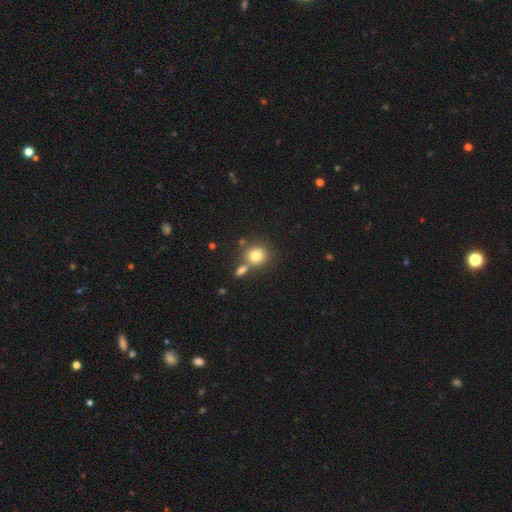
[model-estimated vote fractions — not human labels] Morphology: type=smooth (79%); roundness=round (85%); merging=none (60%).